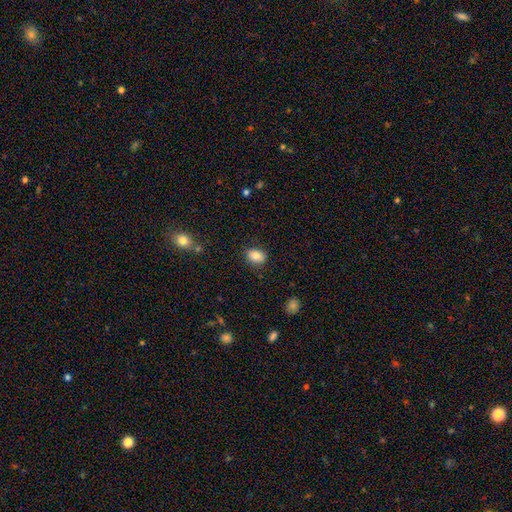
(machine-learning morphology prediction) The model was most divided on "how rounded": in between: 75%, round: 24%, cigar-shaped: 1%. More confident: merging — none (84%); smooth or featured — smooth (83%).